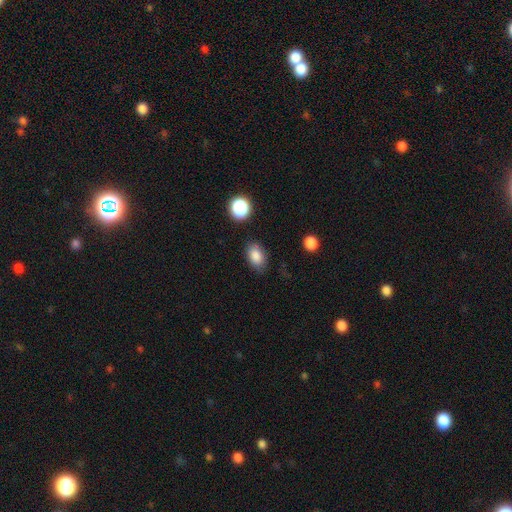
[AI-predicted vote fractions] A smooth galaxy with no disk features (85%) that is in between round and cigar-shaped (84%).

Vote fractions:
- Smooth or featured? smooth: 85% / star or artifact: 9% / featured or disk: 6%
- How rounded? in between: 84% / round: 14% / cigar-shaped: 1%
- Merging? none: 82% / minor disturbance: 13% / major disturbance: 3% / merger: 2%